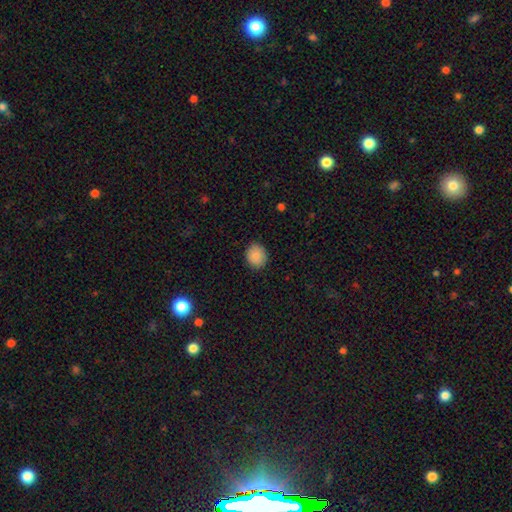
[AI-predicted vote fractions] smooth 89%, star or artifact 8%, featured or disk 3%. Down the decision tree: how rounded — round (72%); merging — none (88%).